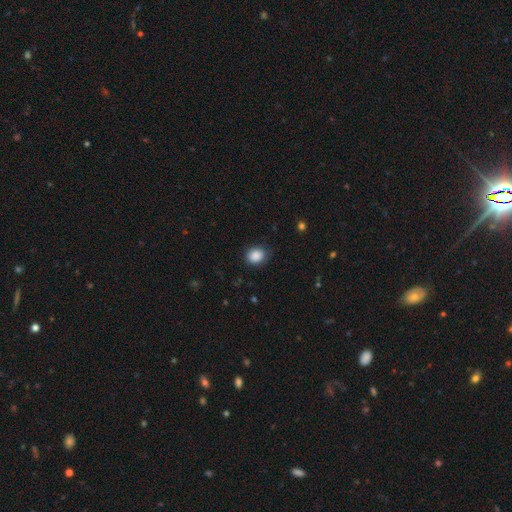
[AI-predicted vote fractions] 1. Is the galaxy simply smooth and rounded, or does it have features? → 88% smooth, 9% star or artifact, 4% featured or disk.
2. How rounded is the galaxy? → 61% round, 38% in between, 1% cigar-shaped.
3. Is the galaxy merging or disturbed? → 81% none, 14% minor disturbance, 3% major disturbance, 1% merger.